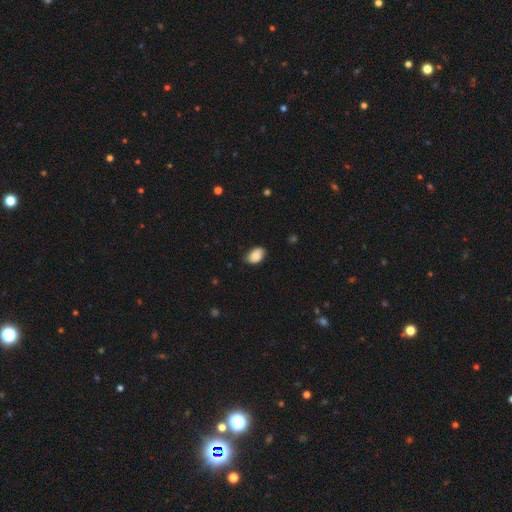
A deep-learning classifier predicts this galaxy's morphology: Smooth or featured: smooth — 87% (star or artifact — 7%)
How rounded: in between — 87% (round — 11%)
Merging: none — 74% (minor disturbance — 21%)